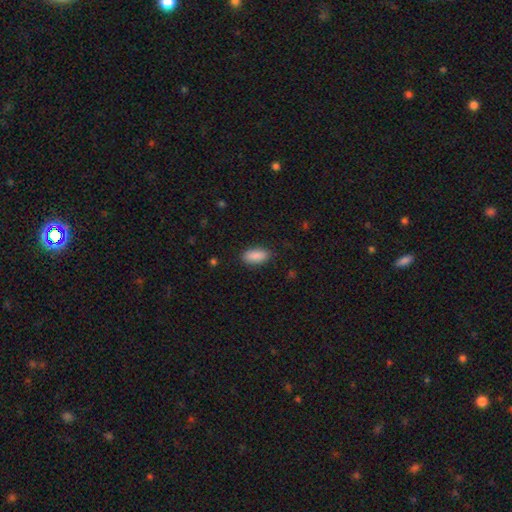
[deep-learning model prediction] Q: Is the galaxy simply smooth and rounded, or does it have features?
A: smooth — 90%.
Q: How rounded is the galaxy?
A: in between — 91%.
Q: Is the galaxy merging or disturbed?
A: none — 87%.